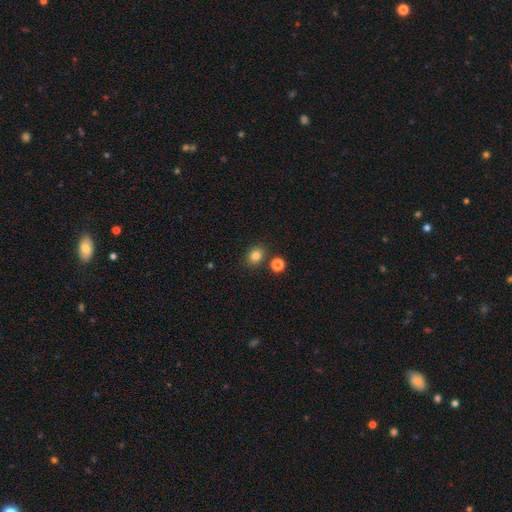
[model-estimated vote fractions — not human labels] The model was most divided on "how rounded": round: 58%, in between: 41%, cigar-shaped: 1%. More confident: smooth or featured — smooth (81%); merging — none (80%).